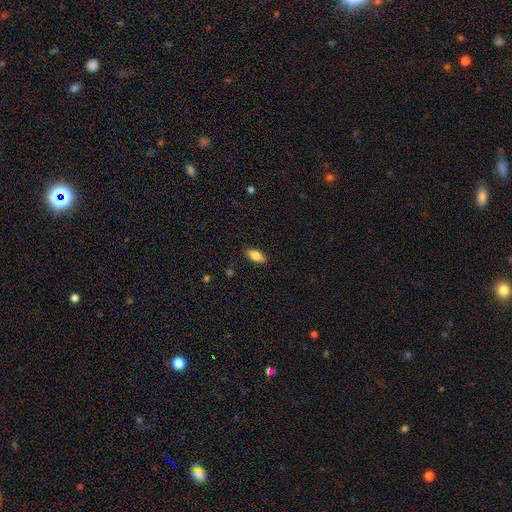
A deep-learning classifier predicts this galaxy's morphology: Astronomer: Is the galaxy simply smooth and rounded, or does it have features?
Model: smooth — 81%.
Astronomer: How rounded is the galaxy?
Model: in between — 86%.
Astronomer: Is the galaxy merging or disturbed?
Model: none — 88%.